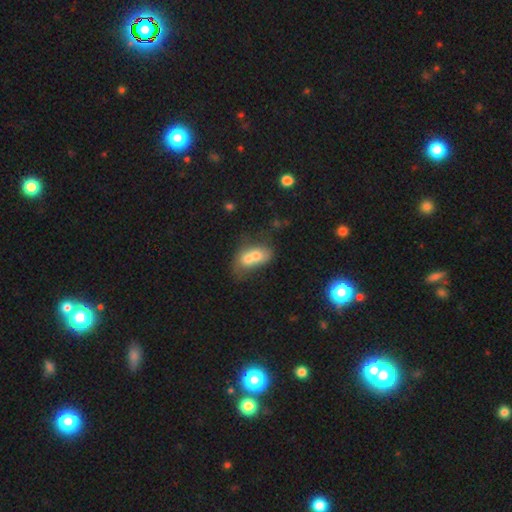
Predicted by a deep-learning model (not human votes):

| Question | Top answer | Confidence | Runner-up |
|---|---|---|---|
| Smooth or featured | smooth | 62% | featured or disk (29%) |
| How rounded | in between | 71% | round (26%) |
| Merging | merger | 76% | none (13%) |